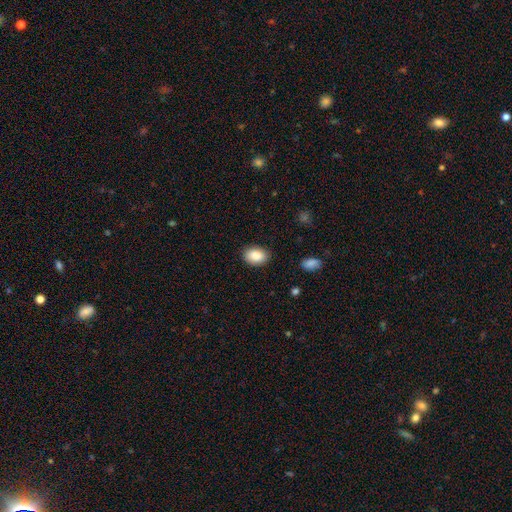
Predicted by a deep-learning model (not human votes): Smooth or featured: smooth — 88% (star or artifact — 7%)
How rounded: in between — 79% (round — 20%)
Merging: none — 87% (minor disturbance — 9%)